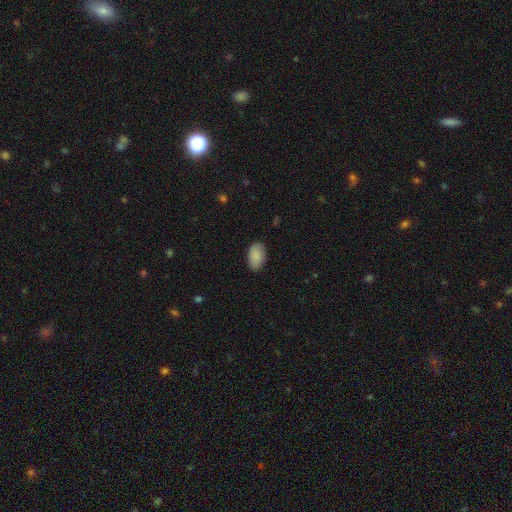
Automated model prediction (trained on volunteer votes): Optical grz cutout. It shows a smooth galaxy with no disk features (89%) that is in between round and cigar-shaped (94%). Merging: none (86%).